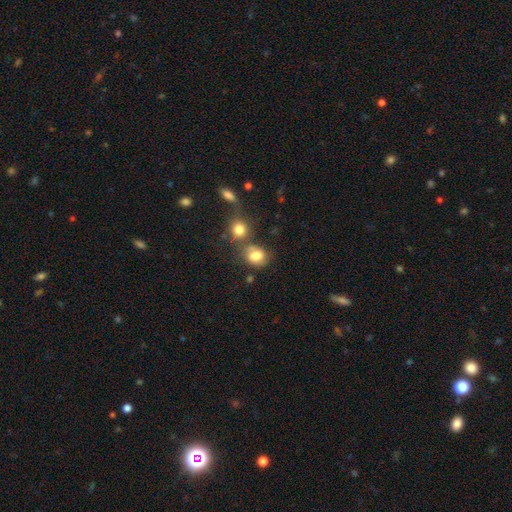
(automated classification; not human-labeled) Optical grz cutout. It shows a smooth galaxy with no disk features (77%) that is in between round and cigar-shaped (50%). Merging: none (52%).